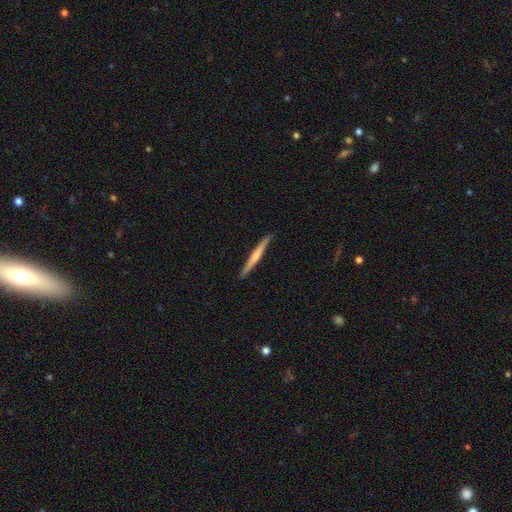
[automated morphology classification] Smooth or featured: featured or disk — 50% (smooth — 45%)
Edge-on disk: yes — 97% (no — 3%)
Merging: none — 90% (minor disturbance — 8%)